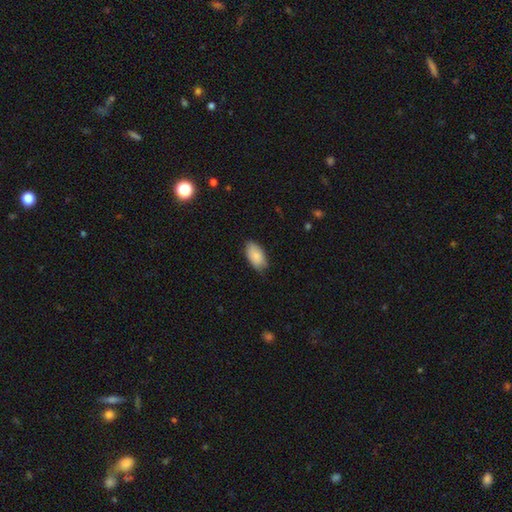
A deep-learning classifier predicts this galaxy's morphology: smooth_or_featured: smooth (p=0.86) [alt: featured or disk p=0.08]
how_rounded: in between (p=0.94) [alt: round p=0.03]
merging: none (p=0.77) [alt: minor disturbance p=0.19]